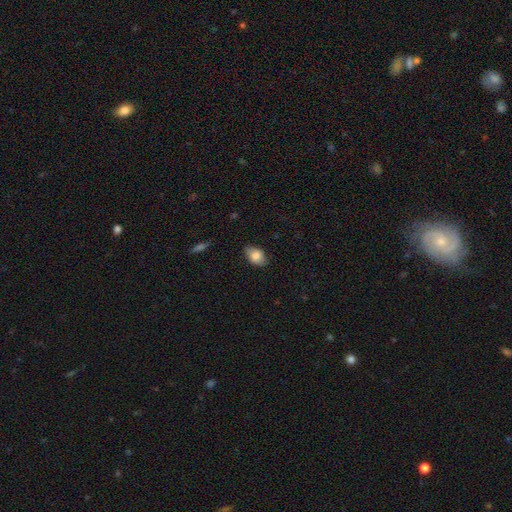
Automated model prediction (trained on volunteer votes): A smooth galaxy with no disk features (80%) that is in between round and cigar-shaped (84%). Merging: none (77%).